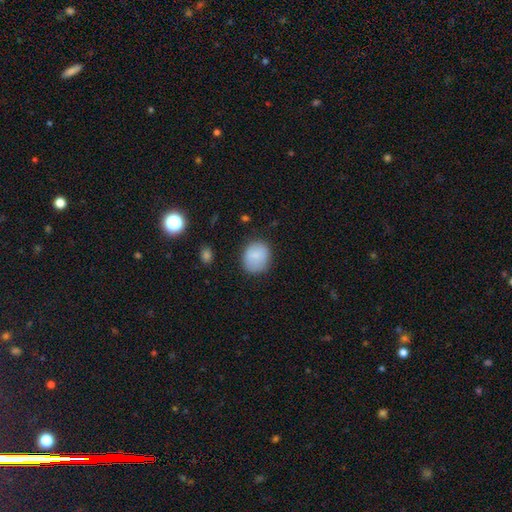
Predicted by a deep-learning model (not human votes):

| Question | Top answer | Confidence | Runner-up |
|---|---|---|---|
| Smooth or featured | smooth | 84% | featured or disk (8%) |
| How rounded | round | 72% | in between (27%) |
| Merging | none | 77% | minor disturbance (17%) |